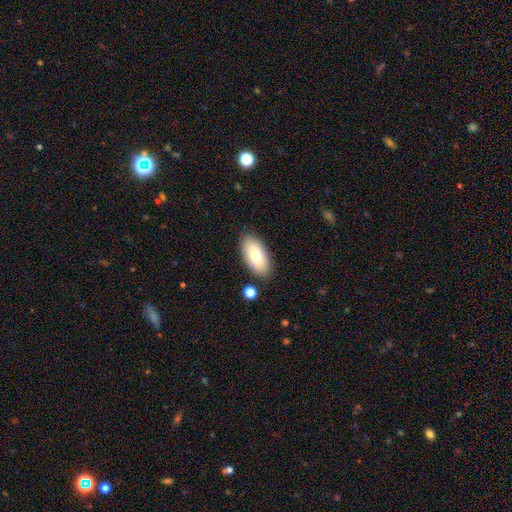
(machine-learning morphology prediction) Overall: smooth (74%). How rounded: in between (93%). Merging: none (85%).